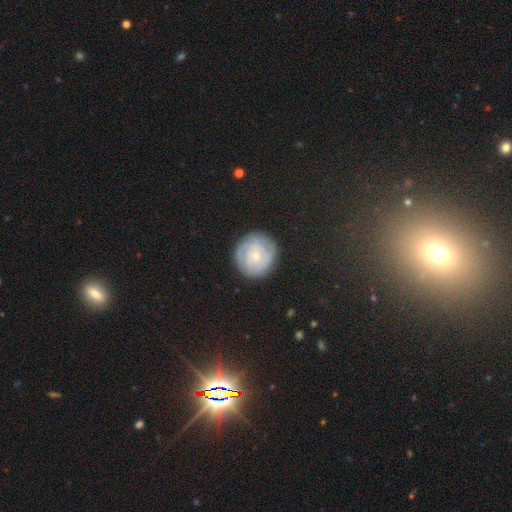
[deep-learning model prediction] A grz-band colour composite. It shows a featured or disk galaxy (61%) with no bar (82%), tight (74%) spiral arms (84%) and a small central bulge (76%). Merging: none (82%).